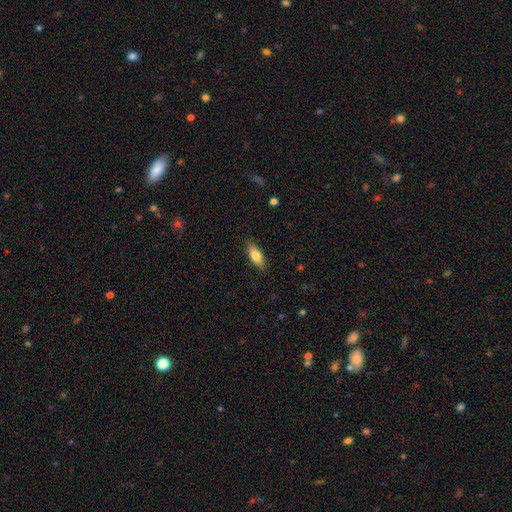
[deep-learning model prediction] Smooth or featured?
  - smooth: 77% *
  - featured or disk: 16%
  - star or artifact: 6%
How rounded?
  - in between: 76% *
  - cigar-shaped: 21%
  - round: 3%
Merging?
  - none: 85% *
  - minor disturbance: 11%
  - major disturbance: 2%
  - merger: 1%